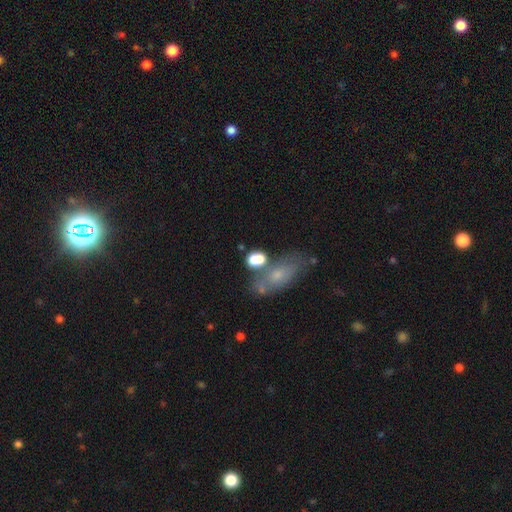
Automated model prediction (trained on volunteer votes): smooth-or-featured: featured or disk: 37% | star or artifact: 32% | smooth: 32%
  merging: none: 56% | merger: 22% | minor disturbance: 14% | major disturbance: 8%